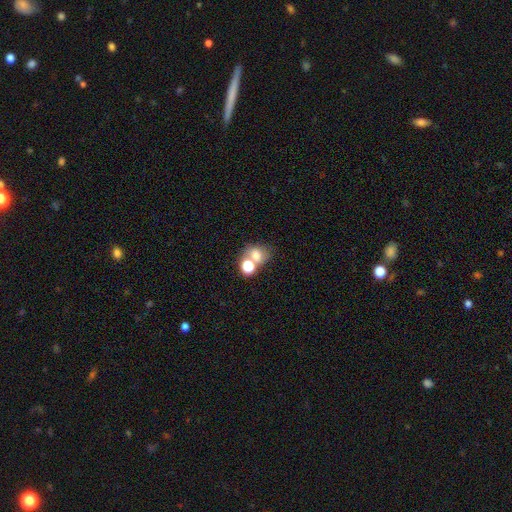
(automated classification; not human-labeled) Smooth or featured? Predicted: smooth (p=0.70). How rounded? Predicted: round (p=0.53). Merging? Predicted: merger (p=0.47).